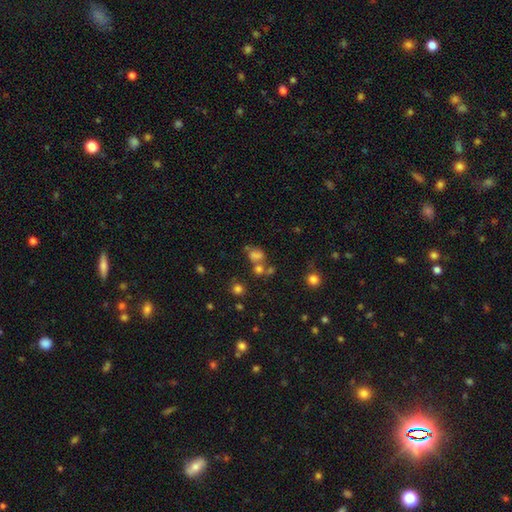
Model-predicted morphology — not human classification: A smooth galaxy with no disk features (58%) that is in between round and cigar-shaped (61%). Merging: none (39%).